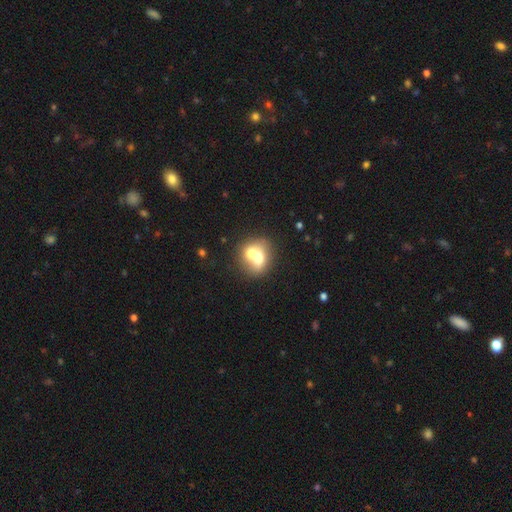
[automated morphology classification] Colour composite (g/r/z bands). It shows a smooth galaxy with no disk features (64%) that is round (64%). Merging: merger (64%).